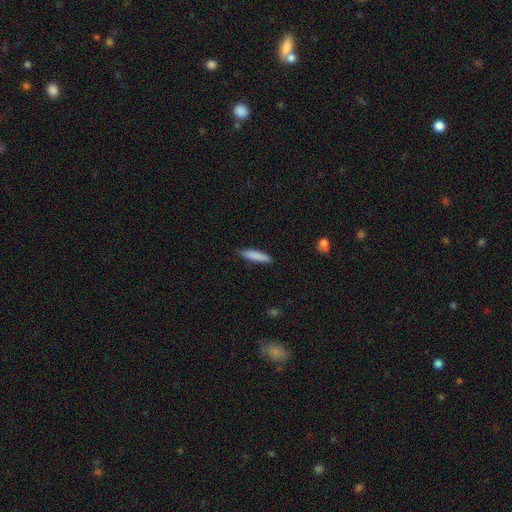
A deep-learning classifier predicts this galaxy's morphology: Smooth or featured? Predicted: smooth (p=0.84). How rounded? Predicted: cigar-shaped (p=0.81). Merging? Predicted: none (p=0.84).